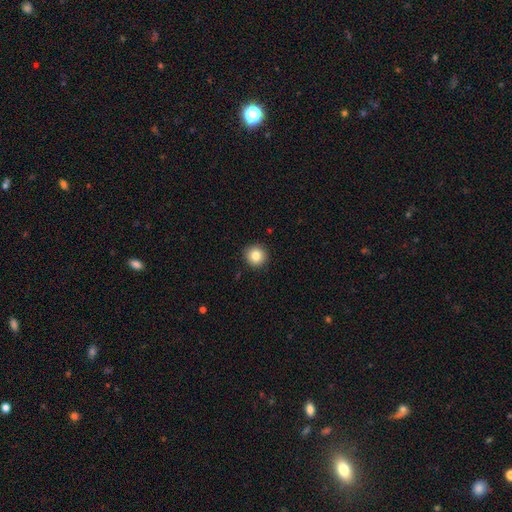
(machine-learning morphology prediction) The model was most divided on "smooth or featured": smooth: 83%, star or artifact: 10%, featured or disk: 7%. More confident: how rounded — round (92%); merging — none (92%).